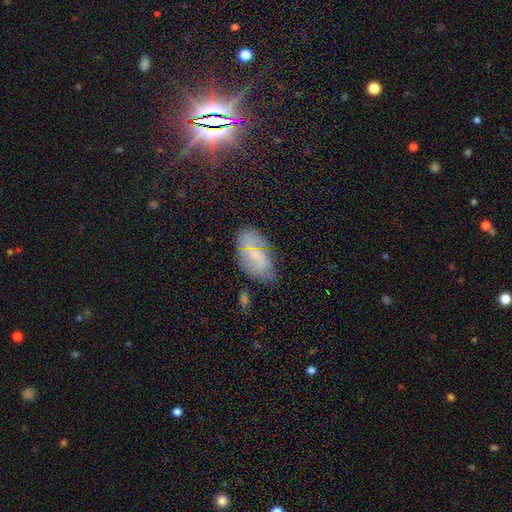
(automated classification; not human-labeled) Smooth or featured?
  - smooth: 60% *
  - featured or disk: 28%
  - star or artifact: 12%
How rounded?
  - in between: 93% *
  - round: 4%
  - cigar-shaped: 3%
Merging?
  - none: 55% *
  - minor disturbance: 30%
  - major disturbance: 10%
  - merger: 6%